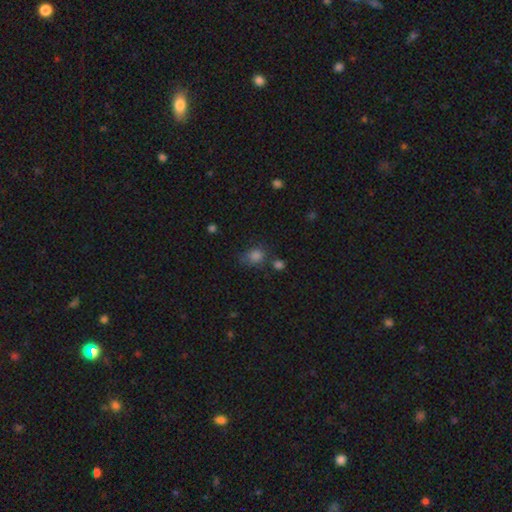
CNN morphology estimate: A smooth galaxy with no disk features (77%) that is round (59%). Merging: none (60%).